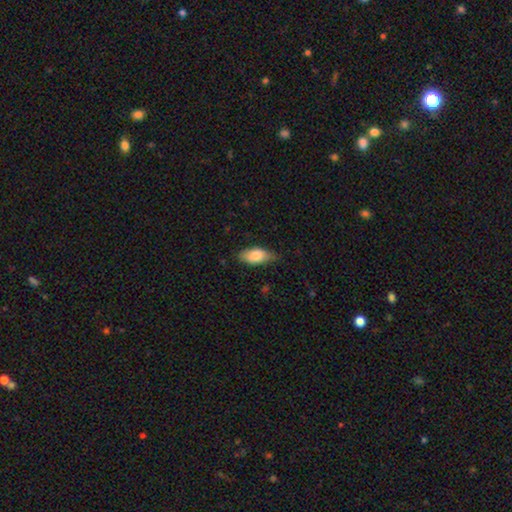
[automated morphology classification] The model was most divided on "merging": none: 73%, minor disturbance: 23%, major disturbance: 3%, merger: 1%. More confident: how rounded — in between (89%); smooth or featured — smooth (79%).